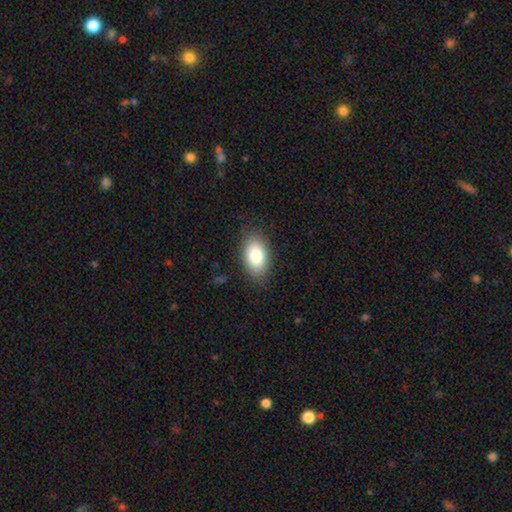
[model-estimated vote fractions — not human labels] smooth-or-featured: smooth: 83% | featured or disk: 9% | star or artifact: 7%
  how-rounded: in between: 92% | round: 6% | cigar-shaped: 2%
  merging: none: 85% | minor disturbance: 11% | major disturbance: 3% | merger: 1%